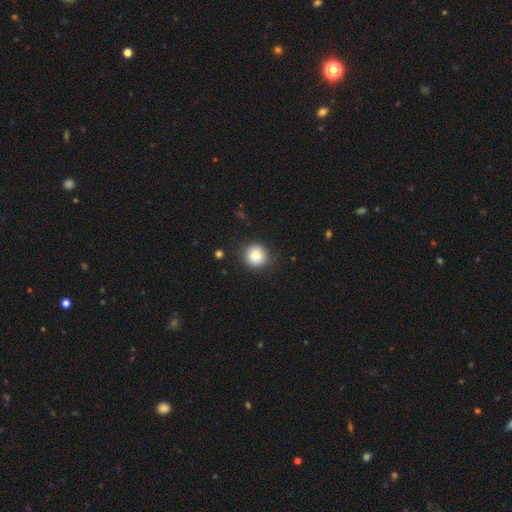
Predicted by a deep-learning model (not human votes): A smooth galaxy with no disk features (83%) that is round (94%). Merging: none (88%).